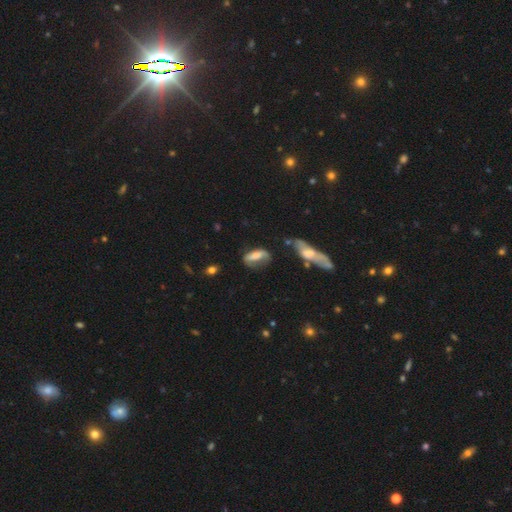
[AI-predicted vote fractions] A smooth galaxy with no disk features (57%) that is in between round and cigar-shaped (77%). Merging: none (44%).